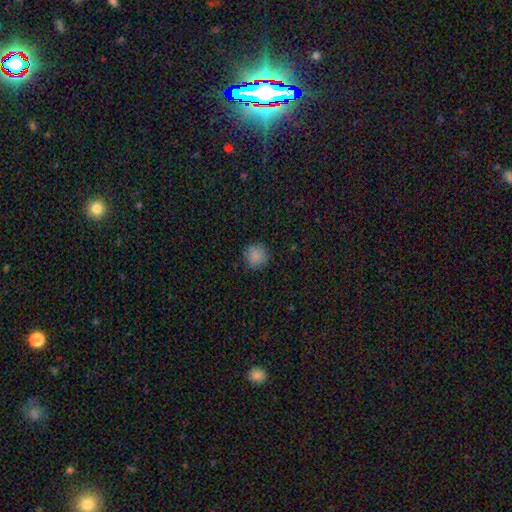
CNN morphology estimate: Q: Smooth or featured?
A: smooth (84%); runner-up: star or artifact (12%)
Q: How rounded?
A: round (92%); runner-up: in between (7%)
Q: Merging?
A: none (86%); runner-up: minor disturbance (10%)